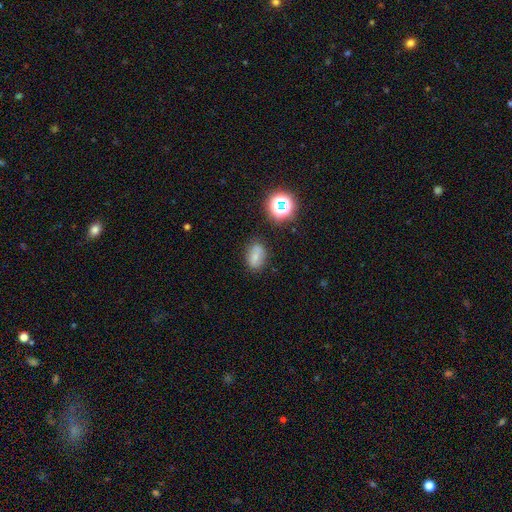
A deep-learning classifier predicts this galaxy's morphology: A smooth galaxy with no disk features (67%) that is in between round and cigar-shaped (78%). Merging: none (75%).